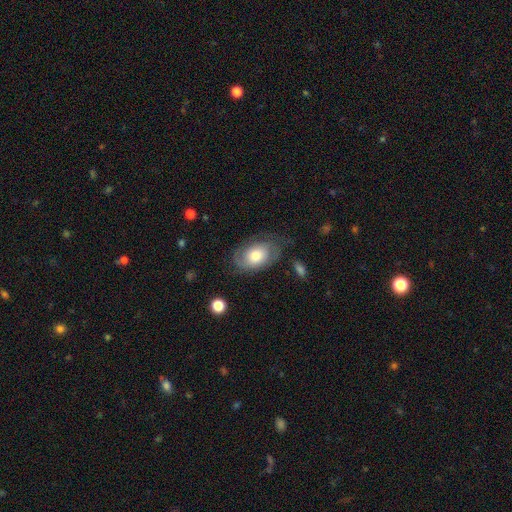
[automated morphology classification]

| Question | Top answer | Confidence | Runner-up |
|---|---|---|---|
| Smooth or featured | smooth | 52% | featured or disk (41%) |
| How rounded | in between | 85% | round (13%) |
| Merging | none | 60% | minor disturbance (24%) |